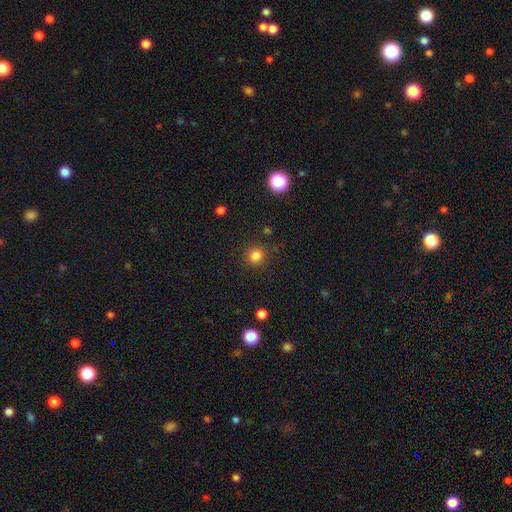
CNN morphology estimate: smooth_or_featured: smooth (p=0.81) [alt: star or artifact p=0.14]
how_rounded: round (p=0.93) [alt: in between p=0.06]
merging: none (p=0.89) [alt: minor disturbance p=0.07]